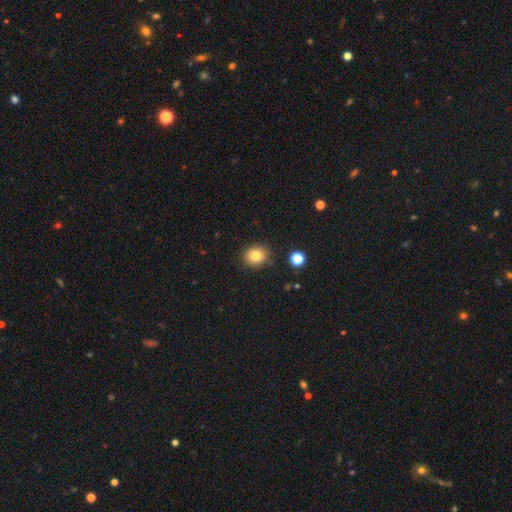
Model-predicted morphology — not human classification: A smooth galaxy with no disk features (82%) that is round (71%). Merging: none (87%).